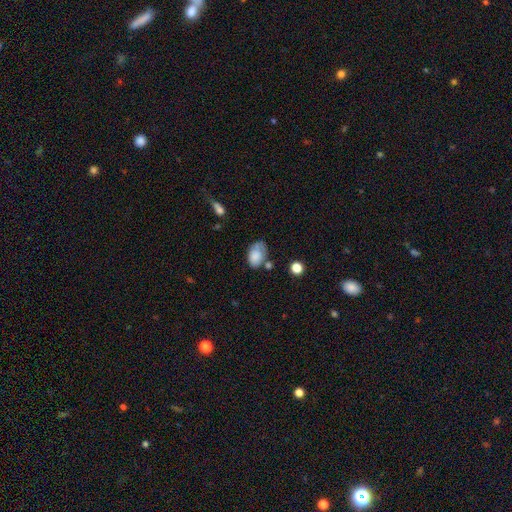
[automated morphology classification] Q: Smooth or featured?
A: smooth (75%); runner-up: featured or disk (16%)
Q: How rounded?
A: in between (86%); runner-up: round (13%)
Q: Merging?
A: none (46%); runner-up: minor disturbance (29%)